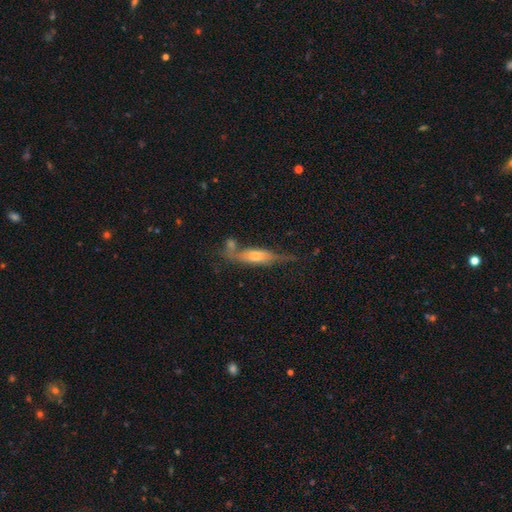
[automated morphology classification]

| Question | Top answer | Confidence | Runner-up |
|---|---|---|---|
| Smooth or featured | featured or disk | 55% | smooth (37%) |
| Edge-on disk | yes | 72% | no (28%) |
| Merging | none | 46% | minor disturbance (23%) |